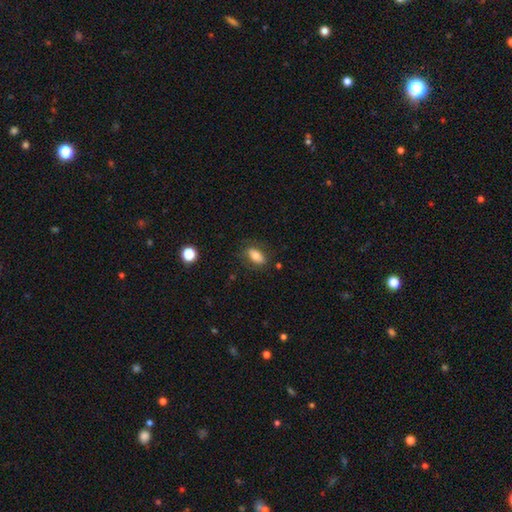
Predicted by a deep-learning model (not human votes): A smooth galaxy with no disk features (73%) that is in between round and cigar-shaped (87%).

Vote fractions:
- Smooth or featured? smooth: 73% / featured or disk: 20% / star or artifact: 8%
- How rounded? in between: 87% / cigar-shaped: 7% / round: 6%
- Merging? none: 75% / minor disturbance: 16% / major disturbance: 7% / merger: 2%